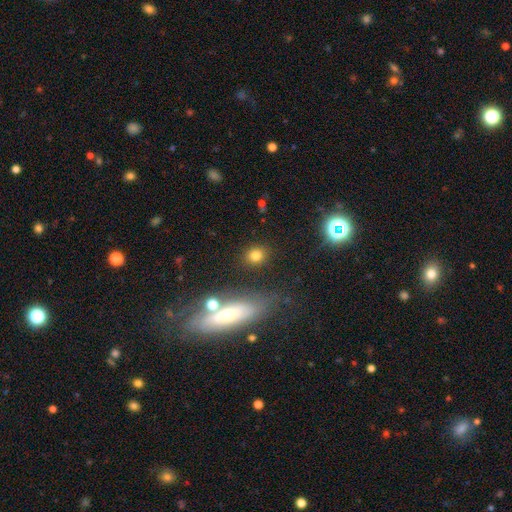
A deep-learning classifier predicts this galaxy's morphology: Smooth or featured?
  - smooth: 79% *
  - star or artifact: 13%
  - featured or disk: 8%
How rounded?
  - round: 74% *
  - in between: 24%
  - cigar-shaped: 2%
Merging?
  - none: 84% *
  - minor disturbance: 8%
  - merger: 5%
  - major disturbance: 3%